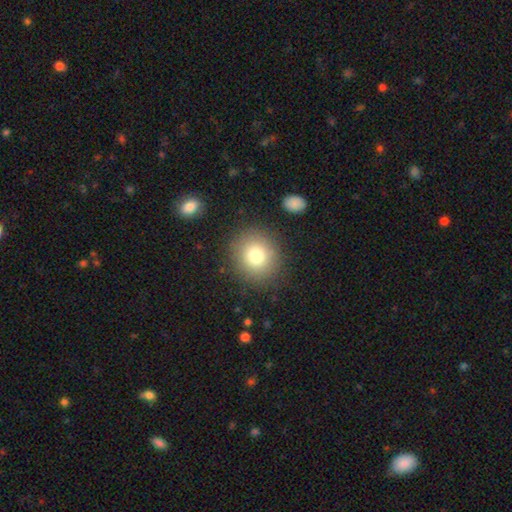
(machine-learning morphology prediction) A smooth galaxy with no disk features (79%) that is round (85%).

Vote fractions:
- Smooth or featured? smooth: 79% / star or artifact: 11% / featured or disk: 10%
- How rounded? round: 85% / in between: 14% / cigar-shaped: 1%
- Merging? none: 87% / minor disturbance: 8% / major disturbance: 3% / merger: 2%